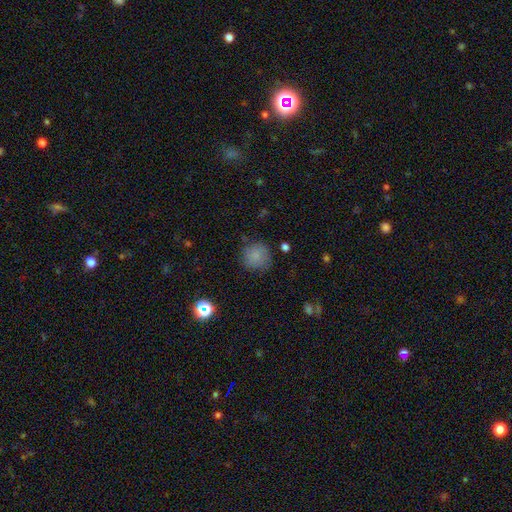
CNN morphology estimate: A smooth galaxy with no disk features (83%) that is round (91%). Merging: none (78%).